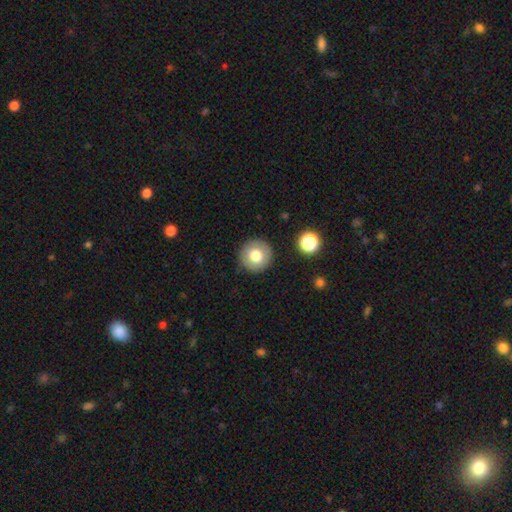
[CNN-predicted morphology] smooth 74%, featured or disk 16%, star or artifact 9%. Down the decision tree: how rounded — round (95%); merging — none (90%).